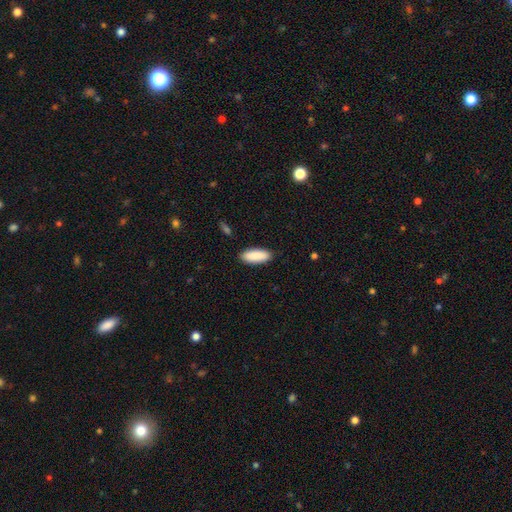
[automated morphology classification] smooth-or-featured: smooth: 90% | star or artifact: 6% | featured or disk: 4%
  how-rounded: in between: 78% | cigar-shaped: 21% | round: 2%
  merging: none: 89% | minor disturbance: 8% | major disturbance: 2% | merger: 1%